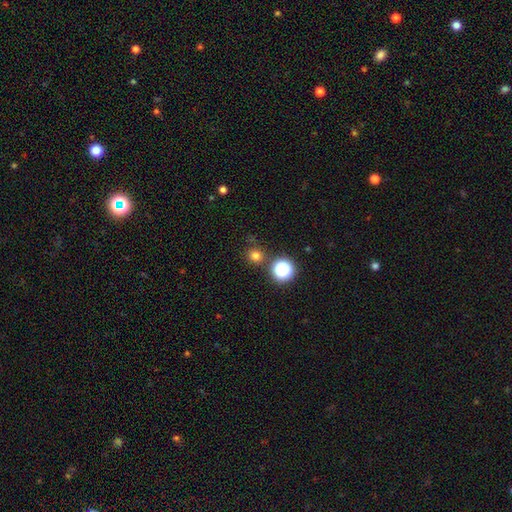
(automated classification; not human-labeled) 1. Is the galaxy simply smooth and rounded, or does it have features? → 73% smooth, 21% star or artifact, 6% featured or disk.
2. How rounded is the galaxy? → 90% round, 9% in between, 1% cigar-shaped.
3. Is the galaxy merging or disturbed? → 79% none, 9% minor disturbance, 8% merger, 3% major disturbance.